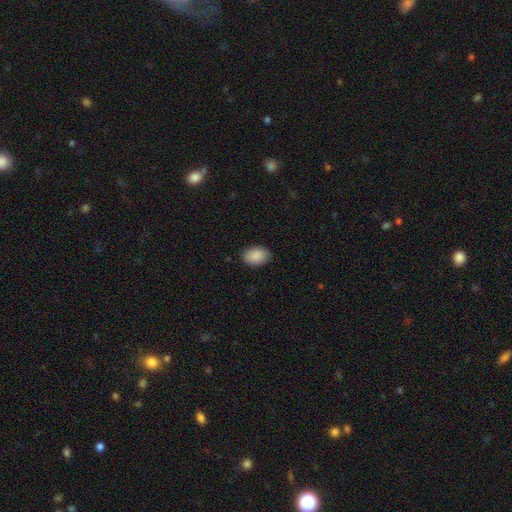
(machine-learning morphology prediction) Smooth or featured? smooth (90%)
How rounded? in between (85%)
Merging? none (87%)